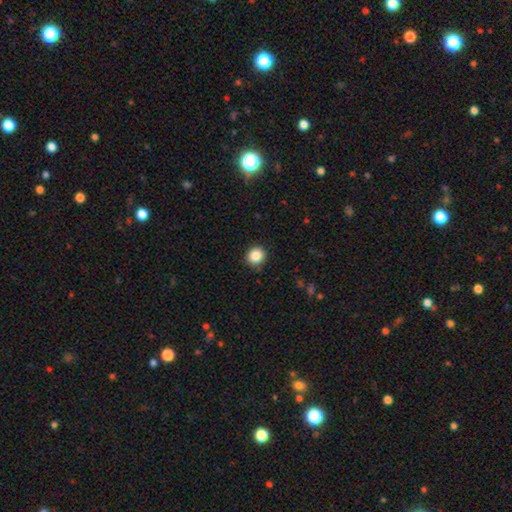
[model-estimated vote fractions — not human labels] Smooth or featured? smooth (87%)
How rounded? round (87%)
Merging? none (89%)